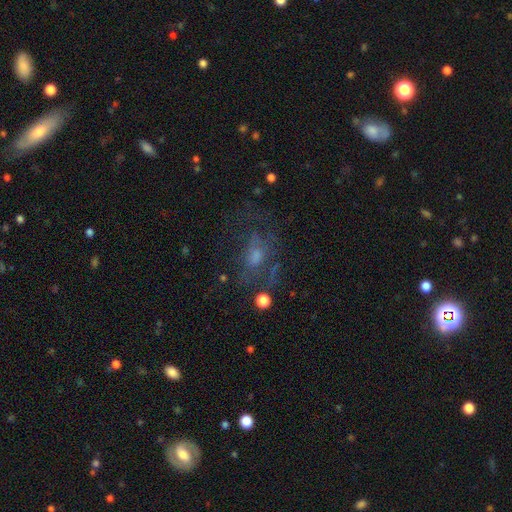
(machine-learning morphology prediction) Smooth or featured? featured or disk (47%)
Merging? none (44%)